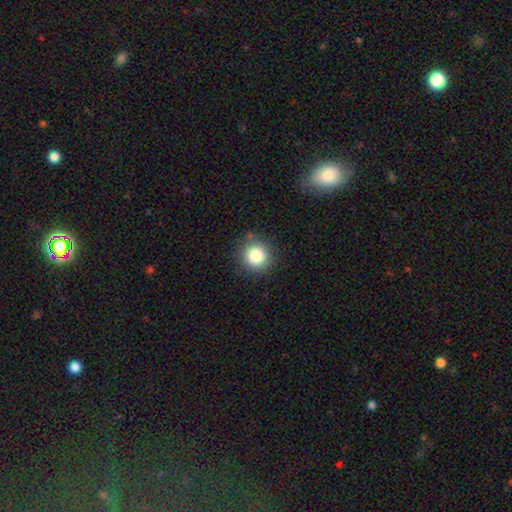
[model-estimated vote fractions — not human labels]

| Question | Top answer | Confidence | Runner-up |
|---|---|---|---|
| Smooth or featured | smooth | 84% | star or artifact (11%) |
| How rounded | round | 93% | in between (6%) |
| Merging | none | 87% | minor disturbance (8%) |